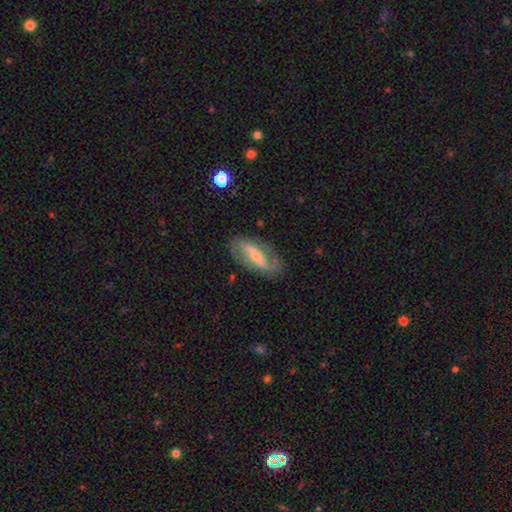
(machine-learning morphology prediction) smooth-or-featured: featured or disk: 75% | smooth: 19% | star or artifact: 6%
  disk-edge-on: no: 89% | yes: 11%
    bar: strong: 59% | weak: 27% | no: 14%
    has-spiral-arms: yes: 85% | no: 15%
      spiral-winding: loose: 42% | medium: 37% | tight: 21%
      spiral-arm-count: 2: 84% | can't tell: 8% | 1: 5% | 3: 1% | 4: 1% | more than 4: 1%
    bulge-size: small: 57% | moderate: 33% | none: 5% | large: 4% | dominant: 1%
  merging: none: 77% | minor disturbance: 15% | major disturbance: 6% | merger: 2%